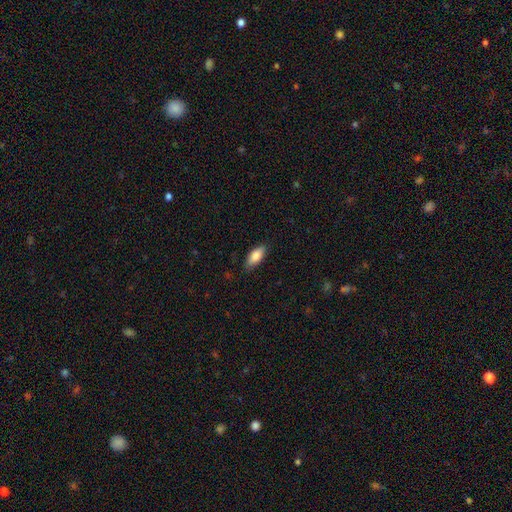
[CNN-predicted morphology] This appears to be a smooth galaxy with no disk features (83%) that is in between round and cigar-shaped (82%). Merging: none (85%).